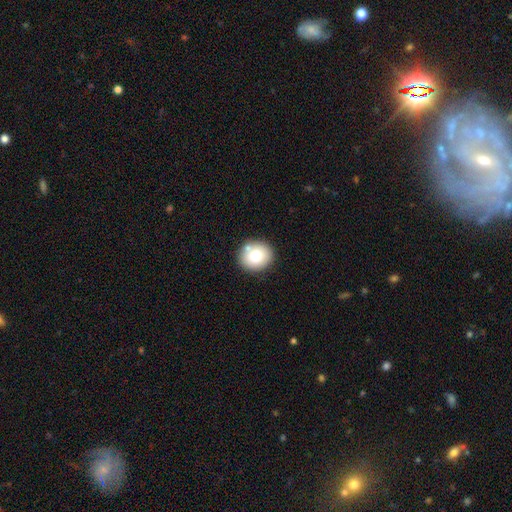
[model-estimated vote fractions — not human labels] smooth_or_featured: smooth (p=0.75) [alt: featured or disk p=0.15]
how_rounded: round (p=0.80) [alt: in between p=0.20]
merging: none (p=0.79) [alt: minor disturbance p=0.10]